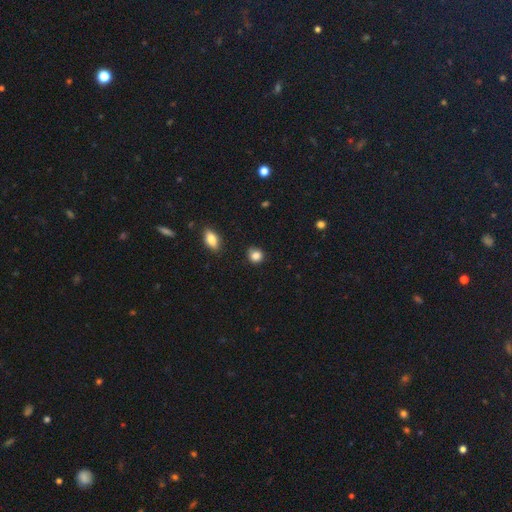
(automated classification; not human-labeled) This is clearly a smooth galaxy (84%). How rounded: clearly round (84%). Merging: likely none (77%).